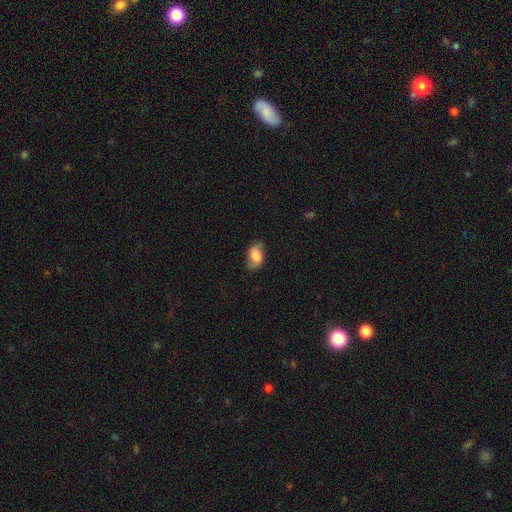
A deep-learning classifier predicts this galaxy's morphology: smooth-or-featured: smooth: 69% | featured or disk: 23% | star or artifact: 8%
  how-rounded: in between: 90% | round: 8% | cigar-shaped: 2%
  merging: none: 70% | minor disturbance: 22% | major disturbance: 7% | merger: 1%